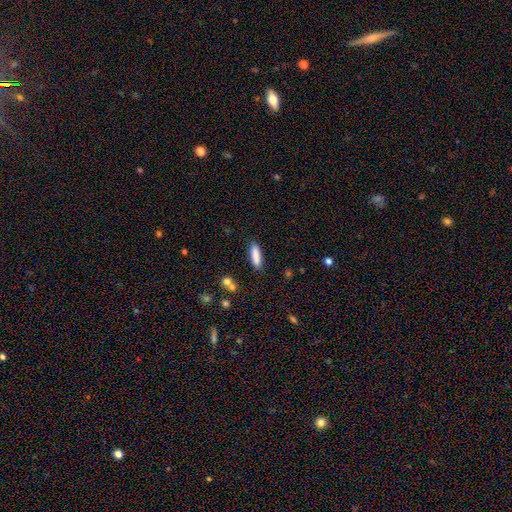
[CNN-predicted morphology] A smooth galaxy with no disk features (86%) that is cigar-shaped (63%). Merging: none (84%).